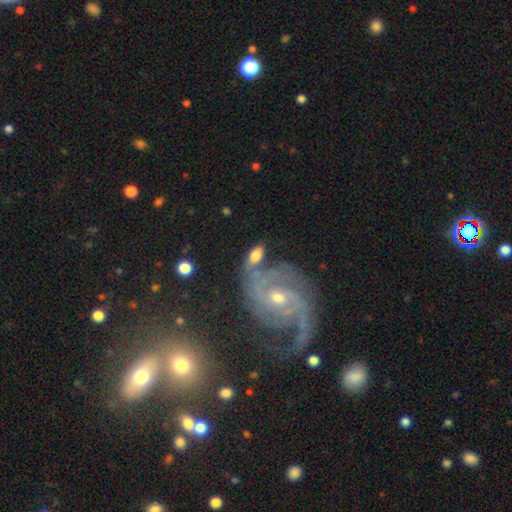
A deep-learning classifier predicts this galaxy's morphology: This is possibly a smooth galaxy (56%). How rounded: clearly in between (85%). Merging: possibly none (50%).